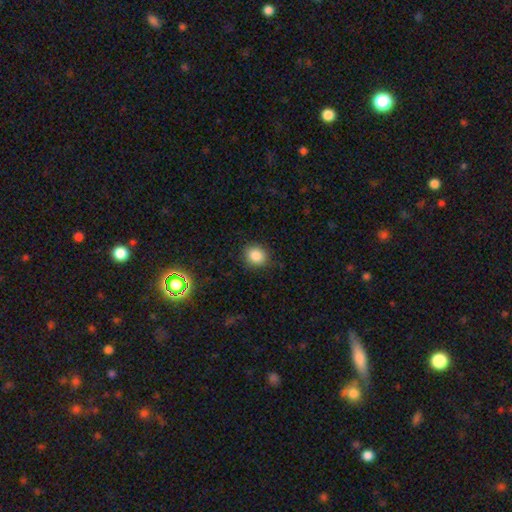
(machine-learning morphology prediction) smooth_or_featured: smooth (p=0.84) [alt: star or artifact p=0.11]
how_rounded: round (p=0.74) [alt: in between p=0.26]
merging: none (p=0.87) [alt: minor disturbance p=0.09]